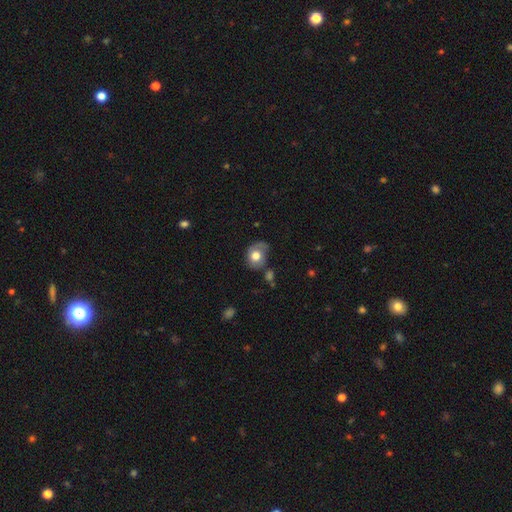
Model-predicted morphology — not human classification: smooth 62%, featured or disk 30%, star or artifact 8%. Down the decision tree: how rounded — round (55%); merging — none (46%).